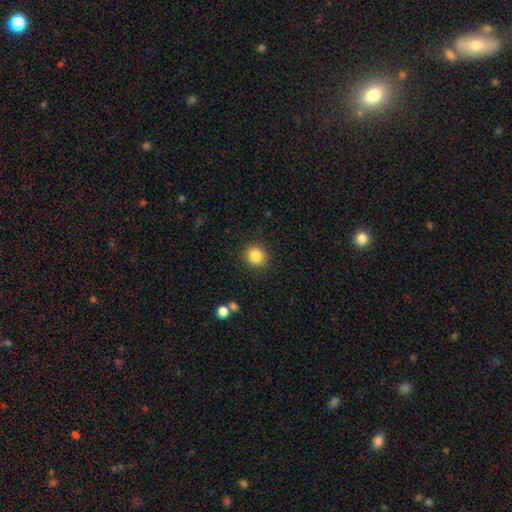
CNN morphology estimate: Smooth or featured?
  - smooth: 85% *
  - star or artifact: 10%
  - featured or disk: 5%
How rounded?
  - round: 88% *
  - in between: 11%
  - cigar-shaped: 1%
Merging?
  - none: 90% *
  - minor disturbance: 6%
  - major disturbance: 2%
  - merger: 2%